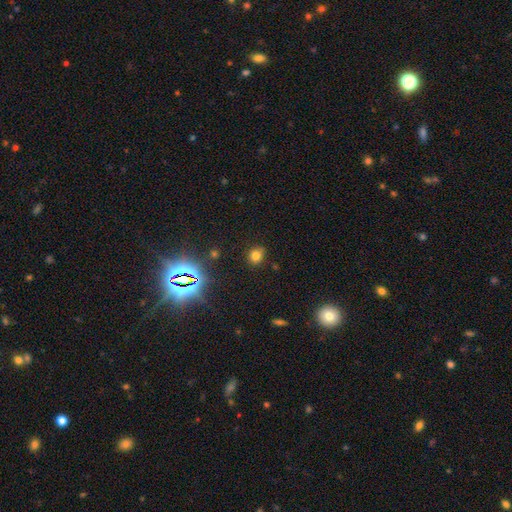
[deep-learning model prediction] Q: Smooth or featured?
A: smooth (75%); runner-up: star or artifact (19%)
Q: How rounded?
A: round (64%); runner-up: in between (35%)
Q: Merging?
A: none (84%); runner-up: minor disturbance (11%)